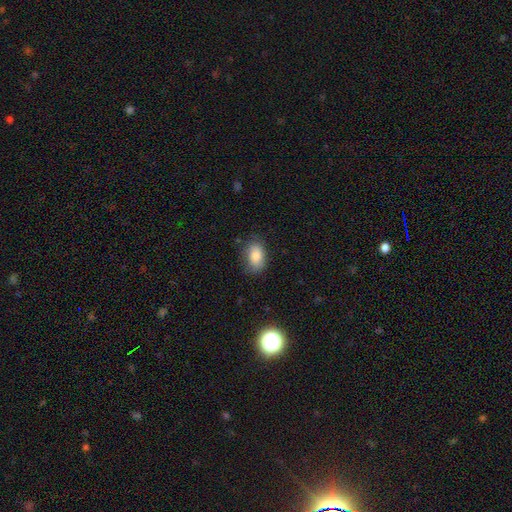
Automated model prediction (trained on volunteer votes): This appears to be a smooth galaxy with no disk features (83%) that is in between round and cigar-shaped (87%). Merging: none (76%).